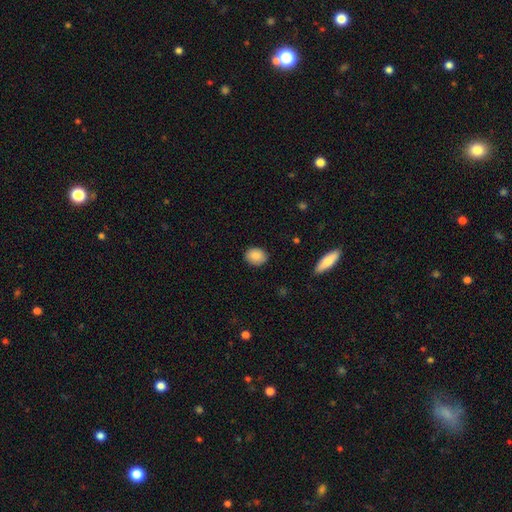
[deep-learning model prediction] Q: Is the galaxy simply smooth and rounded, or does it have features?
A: smooth — 88%.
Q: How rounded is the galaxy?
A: in between — 56%.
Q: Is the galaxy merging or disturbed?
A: none — 87%.